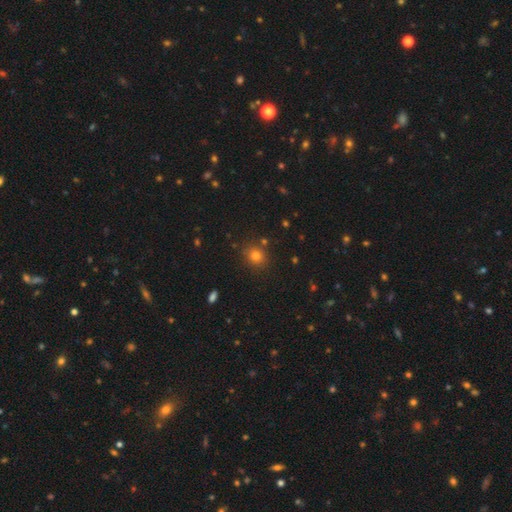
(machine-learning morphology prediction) Smooth or featured: smooth — 77% (star or artifact — 16%)
How rounded: round — 79% (in between — 20%)
Merging: none — 82% (minor disturbance — 10%)